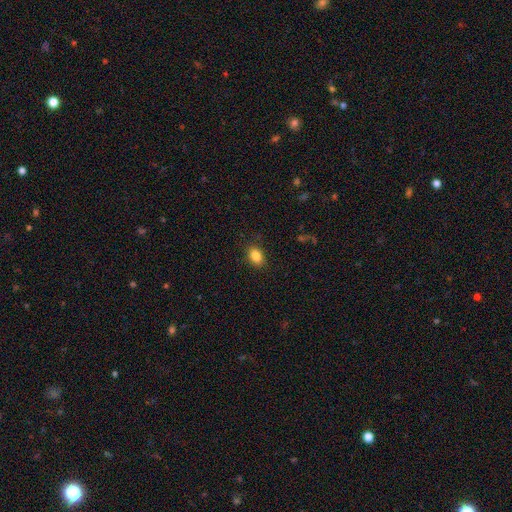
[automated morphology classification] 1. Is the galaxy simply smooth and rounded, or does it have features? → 85% smooth, 9% star or artifact, 5% featured or disk.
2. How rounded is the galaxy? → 81% in between, 17% round, 2% cigar-shaped.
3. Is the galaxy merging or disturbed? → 86% none, 10% minor disturbance, 3% major disturbance, 1% merger.